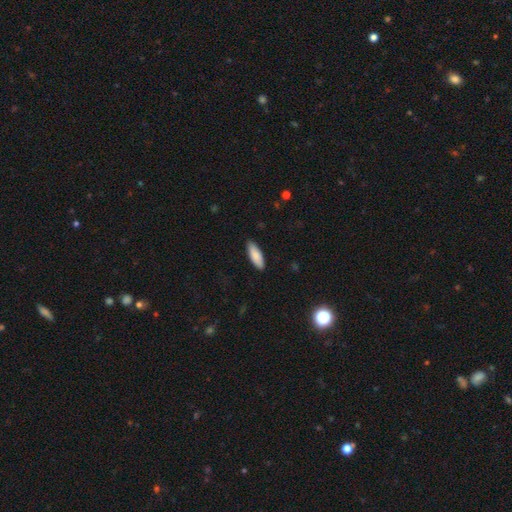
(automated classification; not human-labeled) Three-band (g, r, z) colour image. It shows a smooth galaxy with no disk features (87%) that is in between round and cigar-shaped (66%). Merging: none (88%).